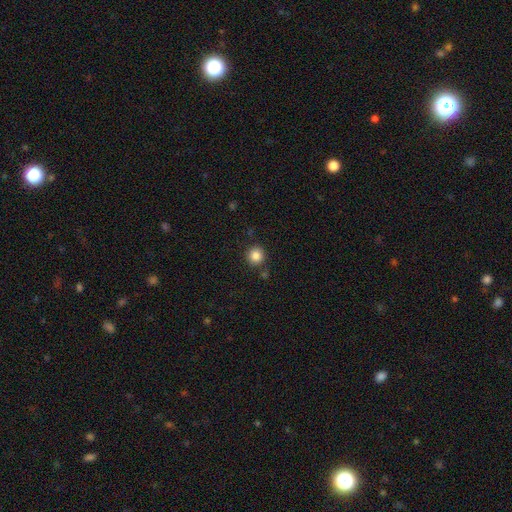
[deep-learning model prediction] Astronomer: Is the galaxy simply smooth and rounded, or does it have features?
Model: smooth — 85%.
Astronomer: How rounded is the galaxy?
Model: round — 94%.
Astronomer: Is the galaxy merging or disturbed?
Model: none — 86%.